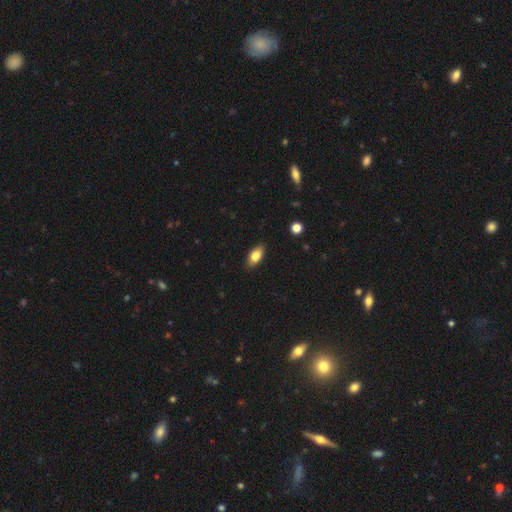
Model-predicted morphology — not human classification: Smooth or featured: smooth — 81% (featured or disk — 12%)
How rounded: in between — 90% (cigar-shaped — 7%)
Merging: none — 87% (minor disturbance — 10%)